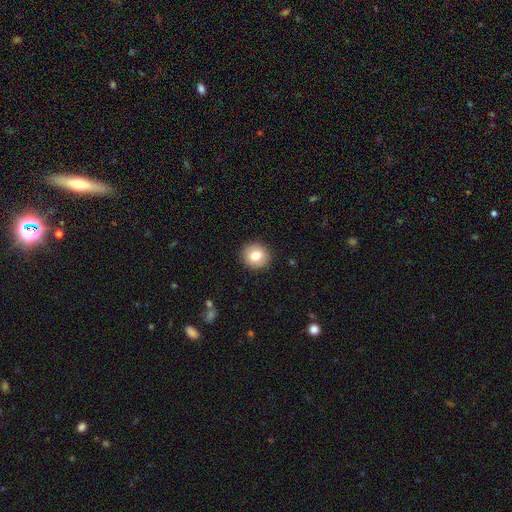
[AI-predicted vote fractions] Smooth or featured: smooth — 80% (featured or disk — 11%)
How rounded: round — 90% (in between — 10%)
Merging: none — 91% (minor disturbance — 6%)